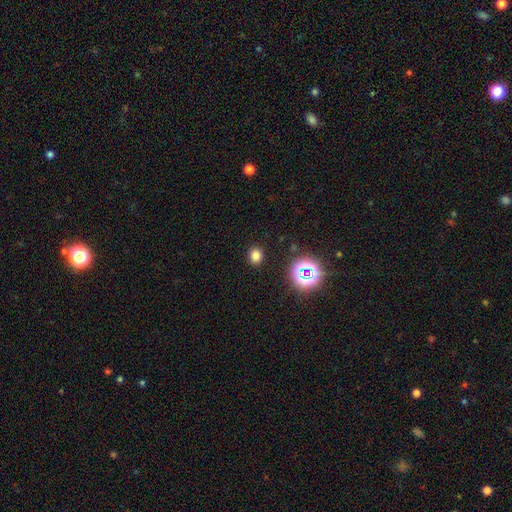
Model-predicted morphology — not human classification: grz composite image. It shows a smooth galaxy with no disk features (75%) that is round (66%). Merging: none (89%).